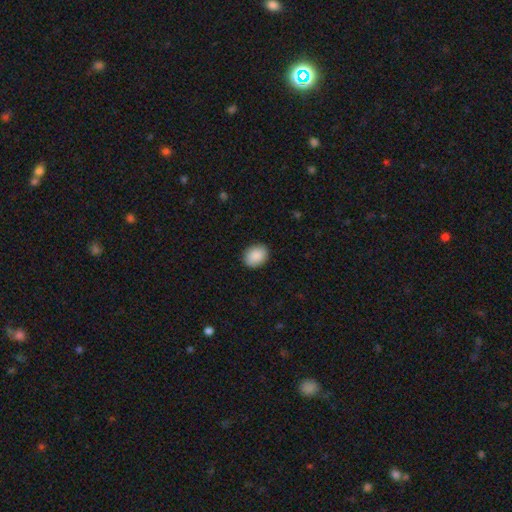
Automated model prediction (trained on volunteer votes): Smooth or featured? Predicted: smooth (p=0.90). How rounded? Predicted: in between (p=0.57). Merging? Predicted: none (p=0.88).